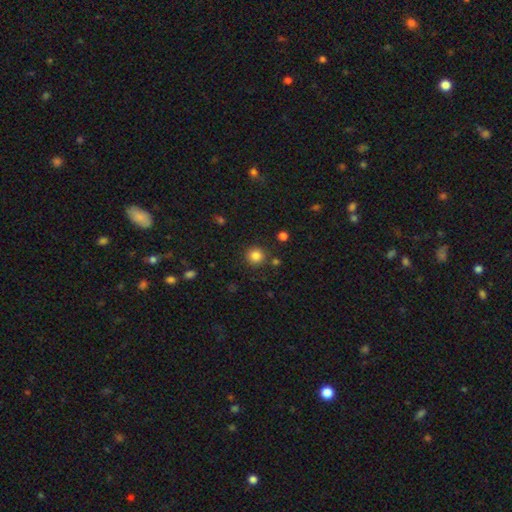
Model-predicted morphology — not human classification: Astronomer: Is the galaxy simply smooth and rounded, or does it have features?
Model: smooth — 84%.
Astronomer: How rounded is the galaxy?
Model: round — 93%.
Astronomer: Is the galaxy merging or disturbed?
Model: none — 85%.